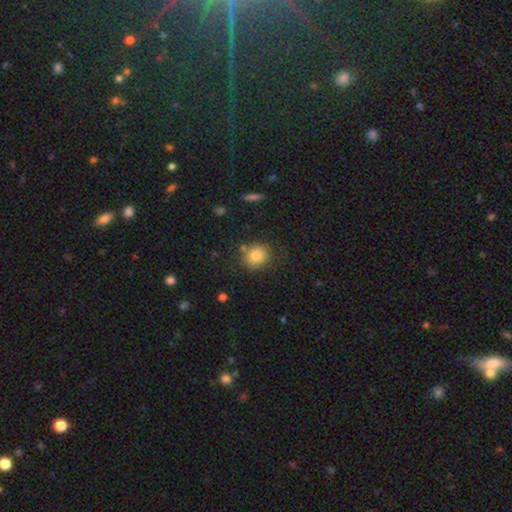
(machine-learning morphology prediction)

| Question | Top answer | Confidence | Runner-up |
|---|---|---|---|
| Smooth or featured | smooth | 83% | star or artifact (10%) |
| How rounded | round | 78% | in between (21%) |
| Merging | none | 77% | minor disturbance (14%) |